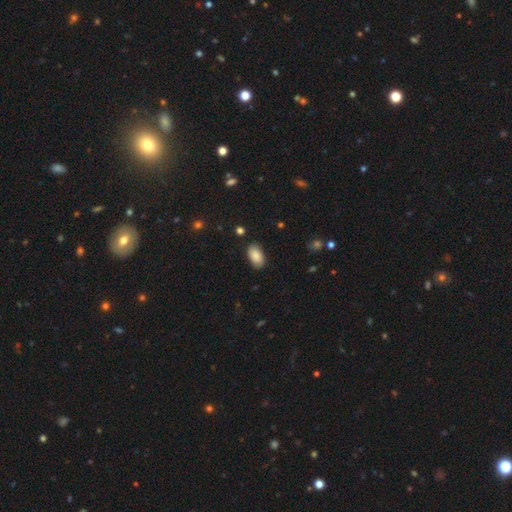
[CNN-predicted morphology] Overall: smooth (88%). How rounded: in between (95%). Merging: none (86%).